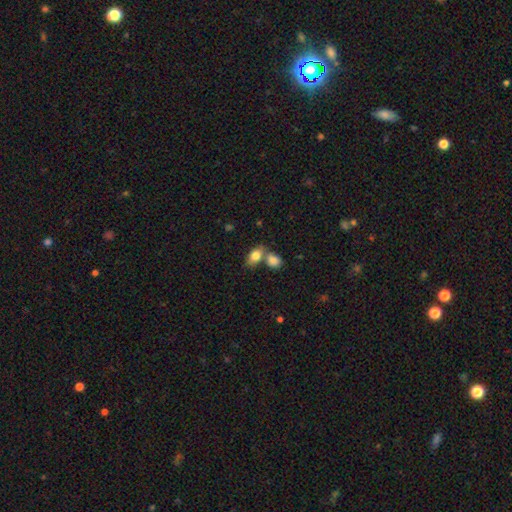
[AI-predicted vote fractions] This appears to be a smooth galaxy with no disk features (81%) that is in between round and cigar-shaped (84%). Merging: merger (43%).